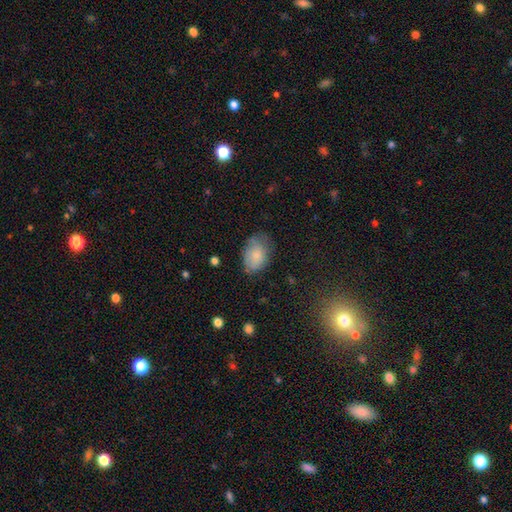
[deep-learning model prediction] Smooth or featured: smooth — 76% (featured or disk — 16%)
How rounded: in between — 85% (round — 14%)
Merging: none — 59% (minor disturbance — 29%)